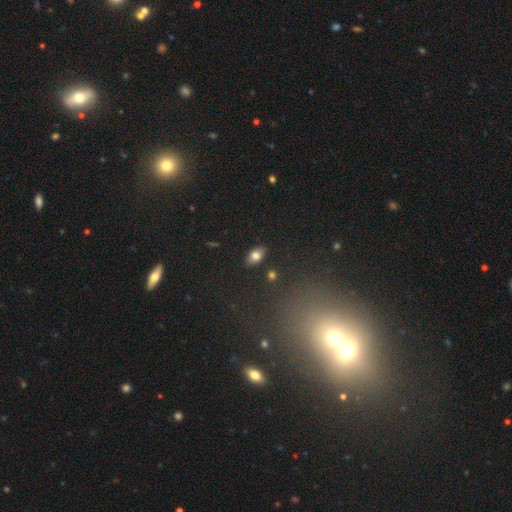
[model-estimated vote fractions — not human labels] A smooth galaxy with no disk features (78%) that is in between round and cigar-shaped (90%). Merging: none (86%).